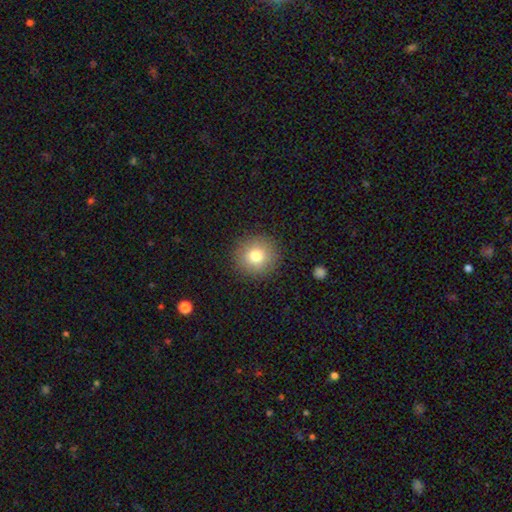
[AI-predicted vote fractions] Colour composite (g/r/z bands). It shows a smooth galaxy with no disk features (78%) that is round (93%). Merging: none (90%).